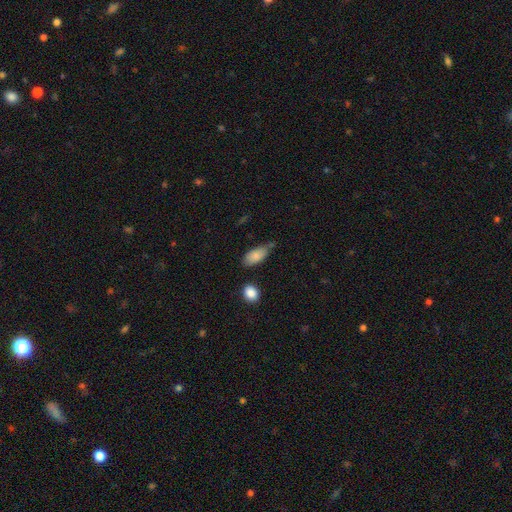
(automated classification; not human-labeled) smooth_or_featured: smooth (p=0.84) [alt: featured or disk p=0.09]
how_rounded: in between (p=0.89) [alt: cigar-shaped p=0.08]
merging: none (p=0.52) [alt: minor disturbance p=0.33]